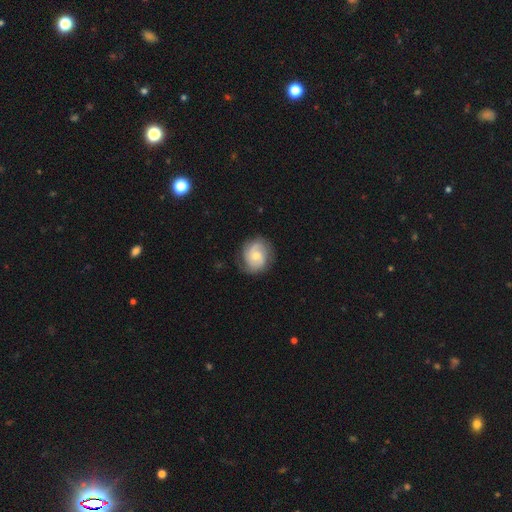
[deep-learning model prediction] A featured or disk galaxy (66%) with no bar (65%), 2 (63%) tight (48%) spiral arms (90%) and a moderate central bulge (55%).

Vote fractions:
- Smooth or featured? featured or disk: 66% / smooth: 28% / star or artifact: 6%
- Edge-on disk? no: 98% / yes: 2%
- Bar? no: 65% / weak: 30% / strong: 5%
- Spiral arms? yes: 90% / no: 10%
- Spiral winding? tight: 48% / medium: 38% / loose: 14%
- Spiral arm count? 2: 63% / can't tell: 18% / 3: 11% / 1: 4% / 4: 3% / more than 4: 2%
- Bulge size? moderate: 55% / small: 40% / large: 3% / none: 2% / dominant: 1%
- Merging? none: 76% / minor disturbance: 17% / major disturbance: 6% / merger: 1%